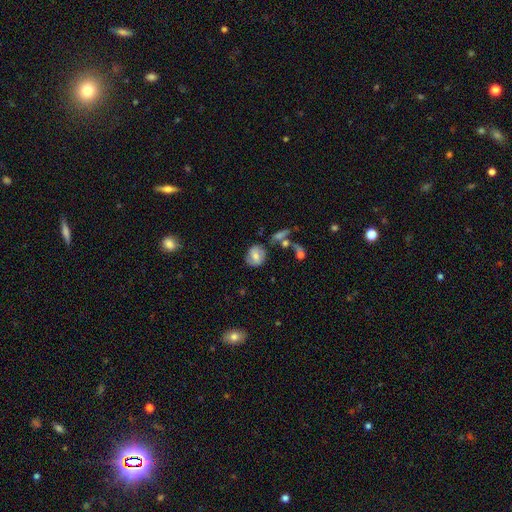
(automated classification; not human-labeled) This appears to be a smooth galaxy with no disk features (54%) that is round (71%). Merging: none (71%).